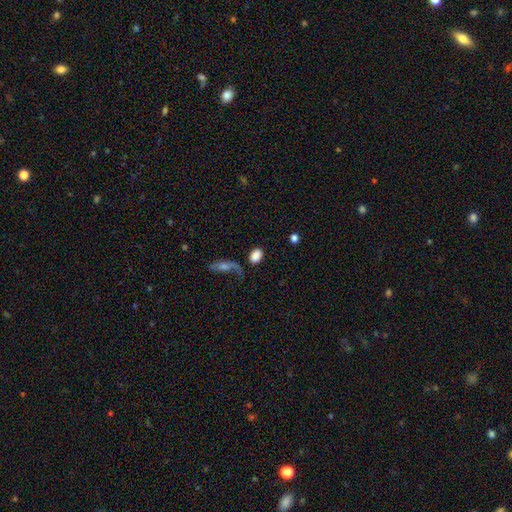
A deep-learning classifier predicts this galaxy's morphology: smooth_or_featured: smooth (p=0.82) [alt: featured or disk p=0.09]
how_rounded: in between (p=0.86) [alt: round p=0.11]
merging: none (p=0.57) [alt: minor disturbance p=0.17]